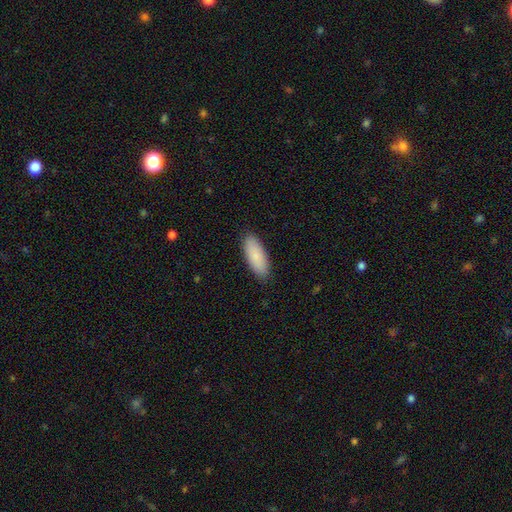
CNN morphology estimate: Smooth or featured: smooth — 87% (featured or disk — 7%)
How rounded: in between — 78% (cigar-shaped — 21%)
Merging: none — 89% (minor disturbance — 9%)